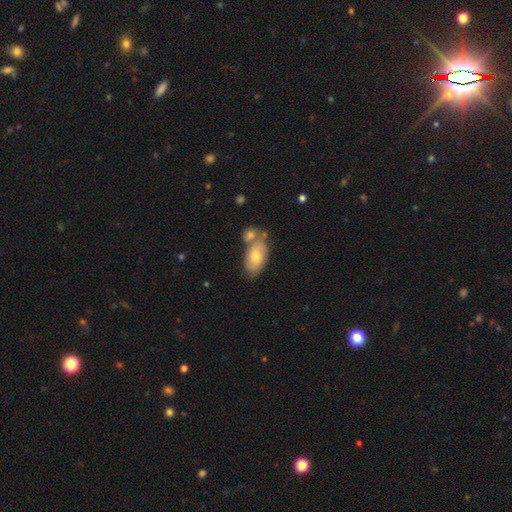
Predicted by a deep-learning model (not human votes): The model was most divided on "merging": none: 46%, merger: 33%, minor disturbance: 16%, major disturbance: 5%. More confident: how rounded — in between (92%); smooth or featured — smooth (67%).